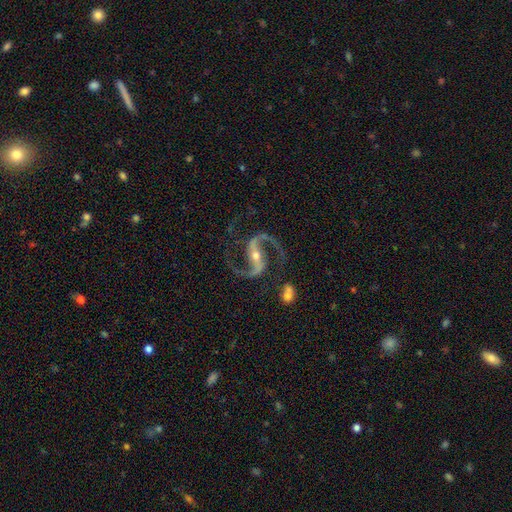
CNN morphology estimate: A featured or disk galaxy (94%) with a strong bar (56%), 2 (95%) medium (63%) spiral arms (99%) and a small central bulge (54%). Merging: none (79%).